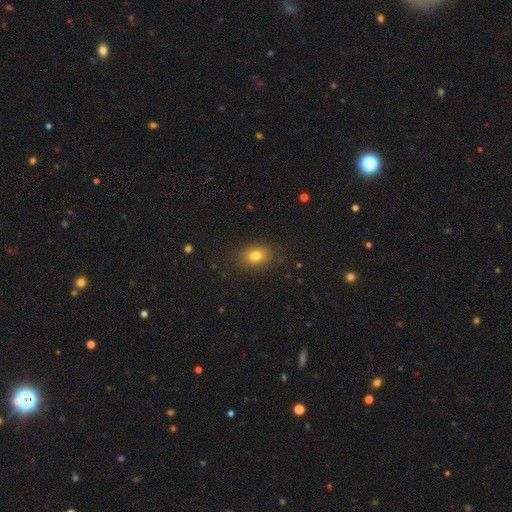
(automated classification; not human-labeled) Q: Smooth or featured?
A: smooth (80%); runner-up: star or artifact (11%)
Q: How rounded?
A: in between (68%); runner-up: round (30%)
Q: Merging?
A: none (86%); runner-up: minor disturbance (10%)